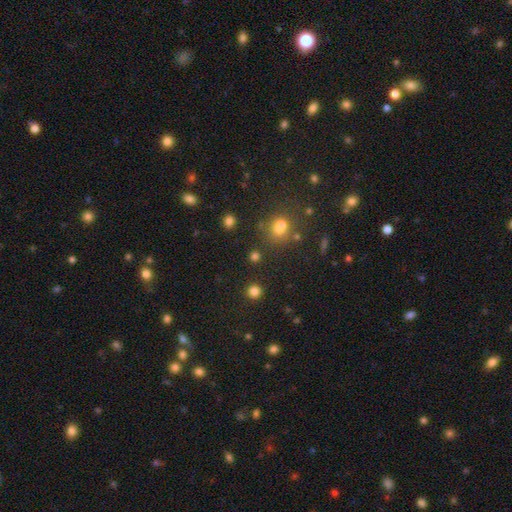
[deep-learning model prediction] This is possibly a smooth galaxy (60%). How rounded: clearly round (80%). Merging: clearly none (81%).